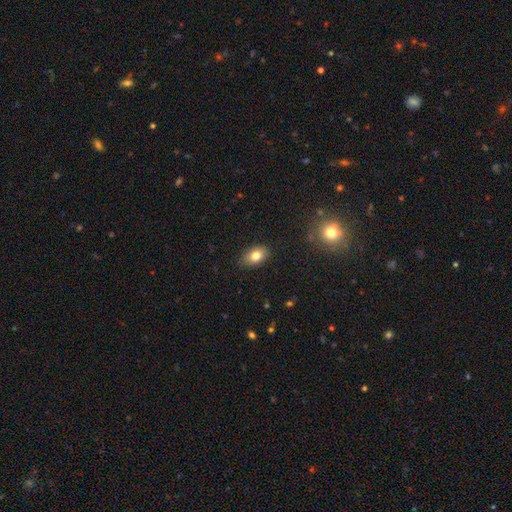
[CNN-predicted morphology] smooth_or_featured: smooth (p=0.80) [alt: featured or disk p=0.11]
how_rounded: in between (p=0.85) [alt: round p=0.13]
merging: none (p=0.84) [alt: minor disturbance p=0.13]